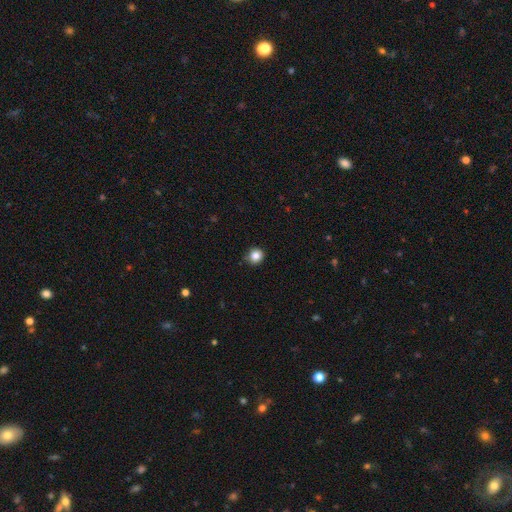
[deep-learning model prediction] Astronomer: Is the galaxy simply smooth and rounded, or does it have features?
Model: smooth — 84%.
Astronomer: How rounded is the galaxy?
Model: round — 89%.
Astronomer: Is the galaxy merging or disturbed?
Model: none — 87%.